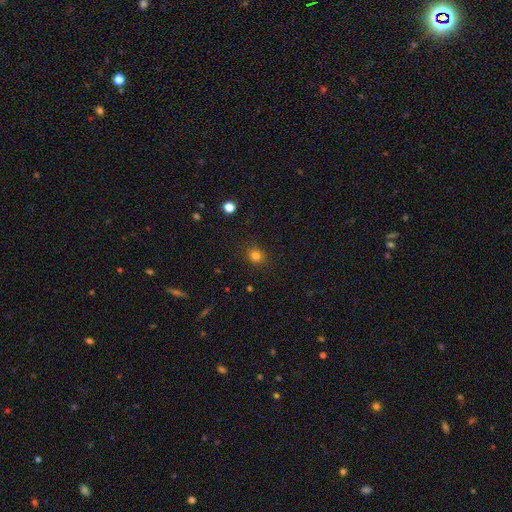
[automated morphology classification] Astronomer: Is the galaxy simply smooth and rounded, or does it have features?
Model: smooth — 81%.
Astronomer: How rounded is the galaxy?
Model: round — 81%.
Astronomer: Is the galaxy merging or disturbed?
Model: none — 89%.